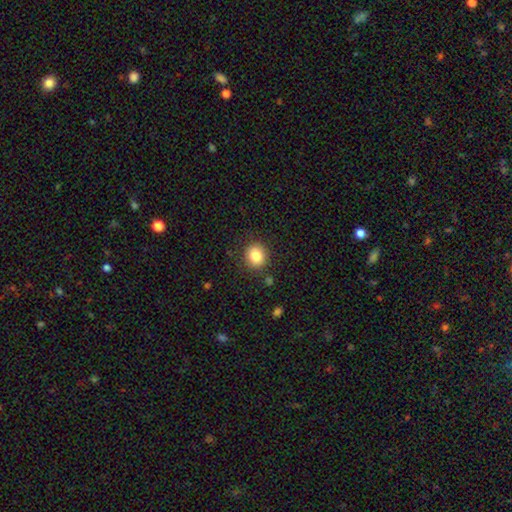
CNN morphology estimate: This appears to be a smooth galaxy with no disk features (84%) that is round (79%). Merging: none (87%).